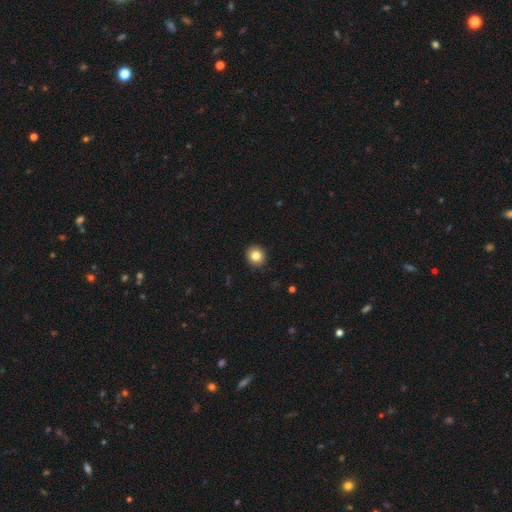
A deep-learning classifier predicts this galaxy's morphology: This is clearly a smooth galaxy (83%). How rounded: clearly round (90%). Merging: clearly none (93%).